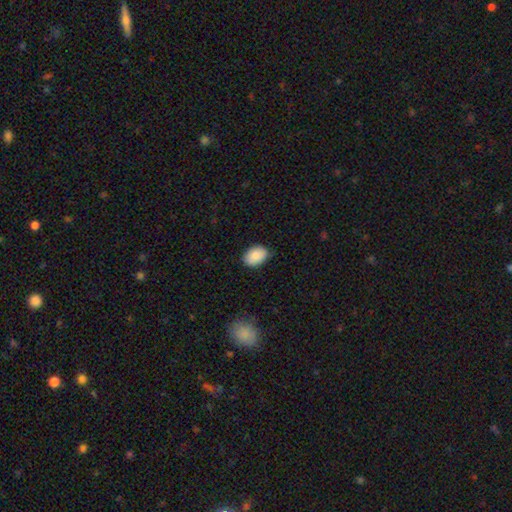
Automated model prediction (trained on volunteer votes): smooth-or-featured: smooth: 89% | star or artifact: 7% | featured or disk: 4%
  how-rounded: in between: 81% | round: 18% | cigar-shaped: 1%
  merging: none: 79% | minor disturbance: 17% | major disturbance: 3% | merger: 1%